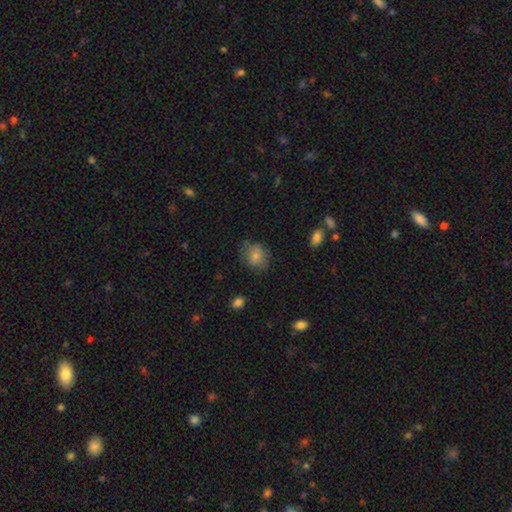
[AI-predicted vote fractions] smooth_or_featured: smooth (p=0.77) [alt: featured or disk p=0.13]
how_rounded: round (p=0.54) [alt: in between p=0.45]
merging: none (p=0.74) [alt: minor disturbance p=0.19]